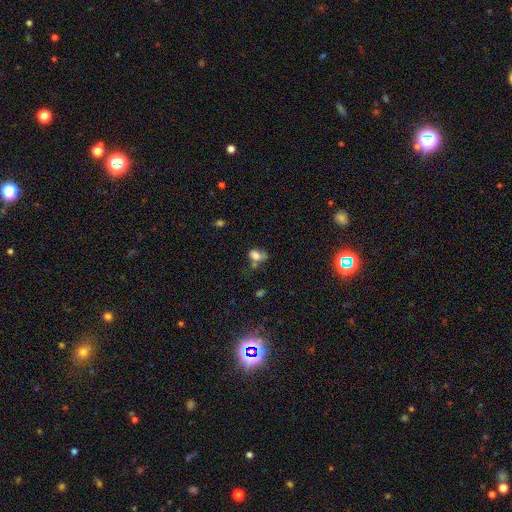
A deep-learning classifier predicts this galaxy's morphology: A smooth galaxy with no disk features (71%) that is in between round and cigar-shaped (74%). Merging: none (31%).